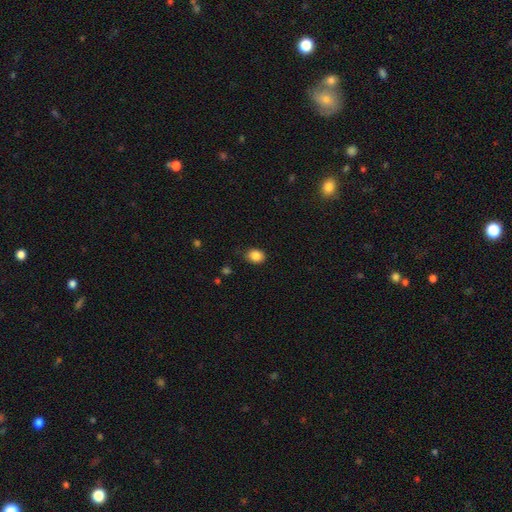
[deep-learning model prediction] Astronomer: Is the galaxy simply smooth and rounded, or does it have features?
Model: smooth — 86%.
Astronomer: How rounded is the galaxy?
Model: in between — 55% (runner-up: round, 44%).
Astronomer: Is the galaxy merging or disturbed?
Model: none — 78%.